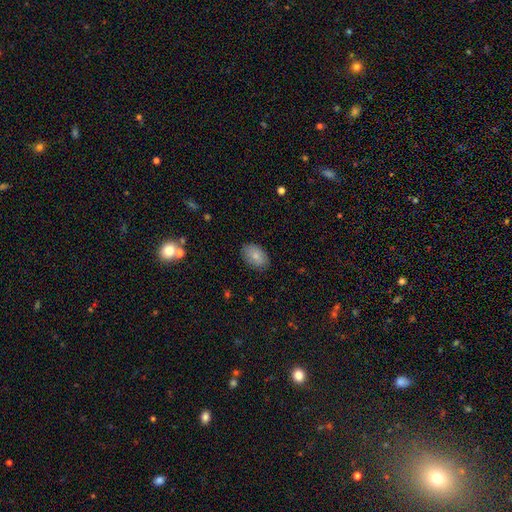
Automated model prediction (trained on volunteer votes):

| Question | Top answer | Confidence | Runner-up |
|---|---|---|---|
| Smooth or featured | smooth | 81% | featured or disk (12%) |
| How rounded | in between | 90% | round (9%) |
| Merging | none | 84% | minor disturbance (12%) |